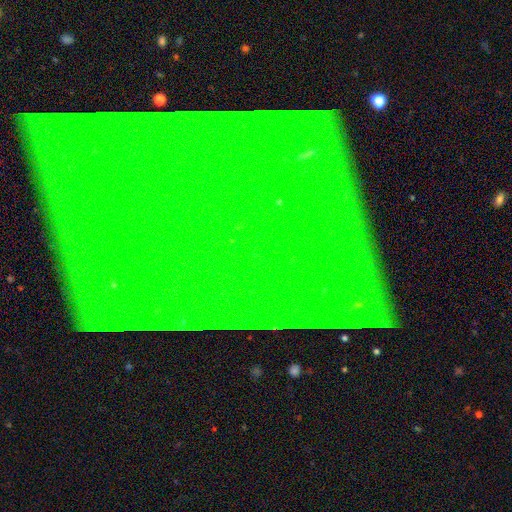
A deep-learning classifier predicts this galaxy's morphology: Smooth or featured?
  - star or artifact: 84% *
  - featured or disk: 9%
  - smooth: 7%